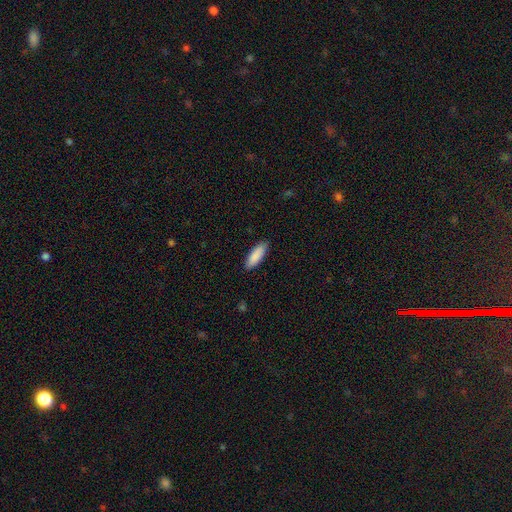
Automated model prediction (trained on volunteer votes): Smooth or featured: smooth — 88% (featured or disk — 6%)
How rounded: in between — 59% (cigar-shaped — 40%)
Merging: none — 88% (minor disturbance — 9%)